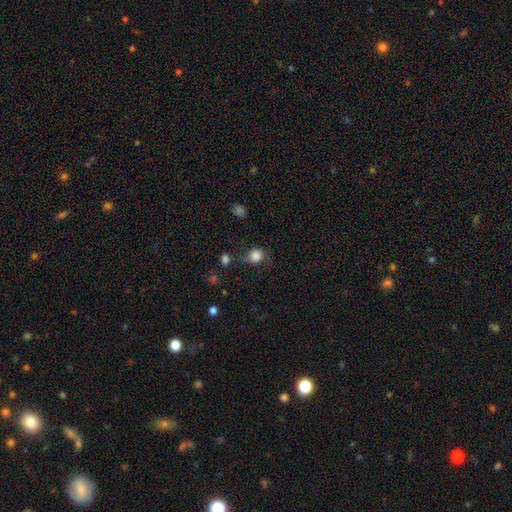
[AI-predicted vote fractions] Smooth or featured?
  - smooth: 79% *
  - featured or disk: 11%
  - star or artifact: 10%
How rounded?
  - round: 80% *
  - in between: 19%
  - cigar-shaped: 1%
Merging?
  - none: 52% *
  - minor disturbance: 27%
  - major disturbance: 16%
  - merger: 4%